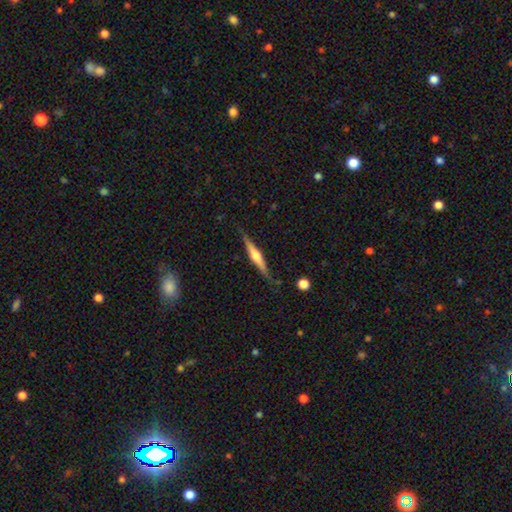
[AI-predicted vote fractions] Smooth or featured? Predicted: featured or disk (p=0.68). Edge-on disk? Predicted: yes (p=0.97). Edge-on bulge? Predicted: rounded (p=0.86). Merging? Predicted: none (p=0.82).